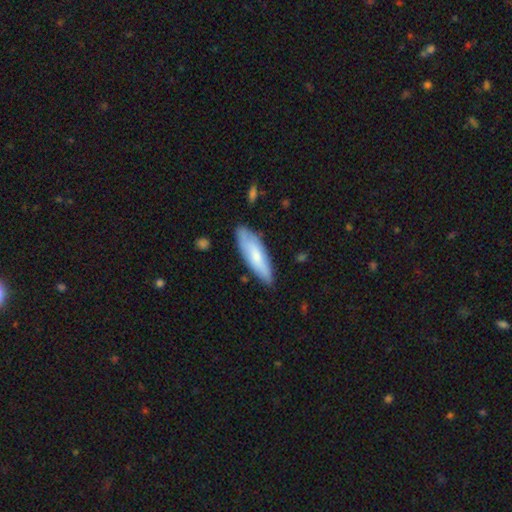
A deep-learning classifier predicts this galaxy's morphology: smooth_or_featured: smooth (p=0.70) [alt: featured or disk p=0.25]
how_rounded: cigar-shaped (p=0.50) [alt: in between p=0.48]
merging: none (p=0.80) [alt: minor disturbance p=0.16]